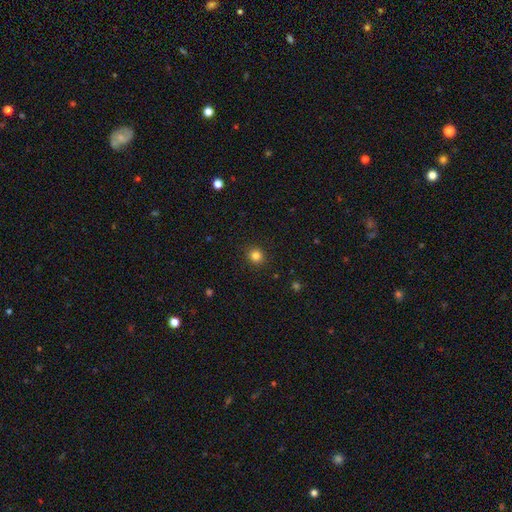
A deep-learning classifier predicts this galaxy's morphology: A smooth galaxy with no disk features (83%) that is round (87%).

Vote fractions:
- Smooth or featured? smooth: 83% / star or artifact: 13% / featured or disk: 5%
- How rounded? round: 87% / in between: 12% / cigar-shaped: 1%
- Merging? none: 91% / minor disturbance: 6% / major disturbance: 2% / merger: 1%